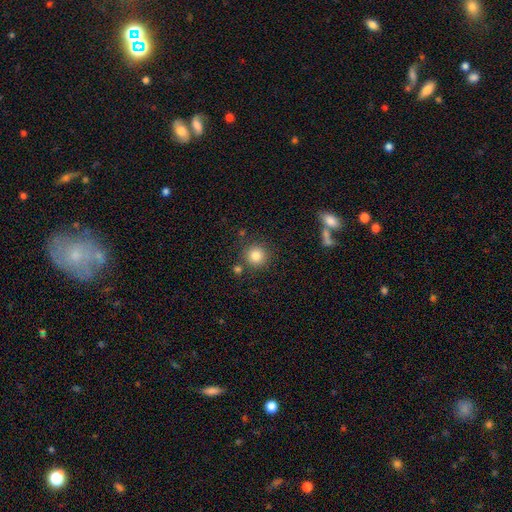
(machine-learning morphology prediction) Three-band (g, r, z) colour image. It shows a smooth galaxy with no disk features (82%) that is round (93%). Merging: none (81%).